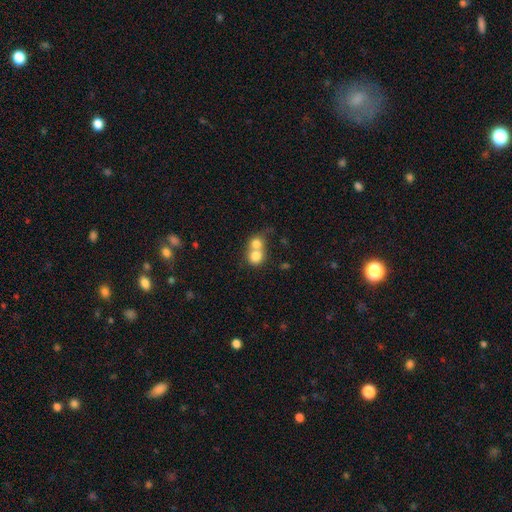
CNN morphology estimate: Smooth or featured?
  - smooth: 76% *
  - featured or disk: 15%
  - star or artifact: 9%
How rounded?
  - round: 79% *
  - in between: 20%
  - cigar-shaped: 1%
Merging?
  - merger: 67% *
  - none: 25%
  - minor disturbance: 5%
  - major disturbance: 3%